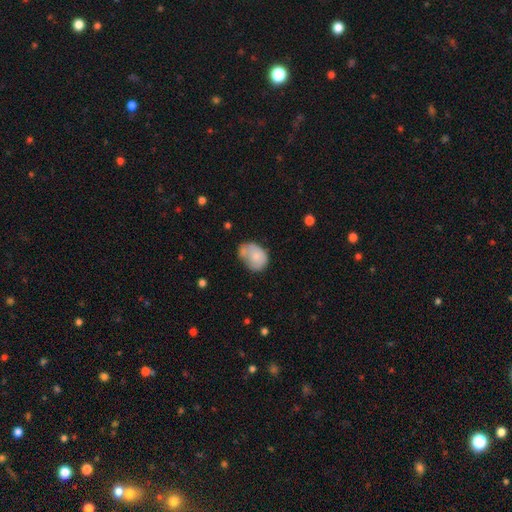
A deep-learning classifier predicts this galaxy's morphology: The model was most divided on "merging" (2-way tie): none: 32%, minor disturbance: 32%, merger: 20%, major disturbance: 15%. More confident: smooth or featured — smooth (71%); how rounded — in between (68%).